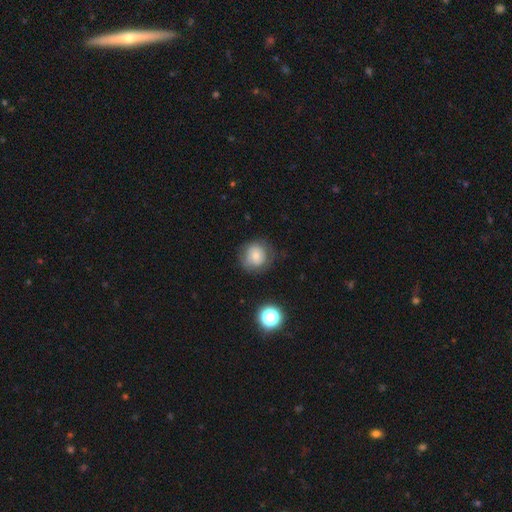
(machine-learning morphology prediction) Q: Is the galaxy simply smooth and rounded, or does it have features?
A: smooth — 64%.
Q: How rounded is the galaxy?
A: round — 87%.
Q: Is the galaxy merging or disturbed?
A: none — 72%.